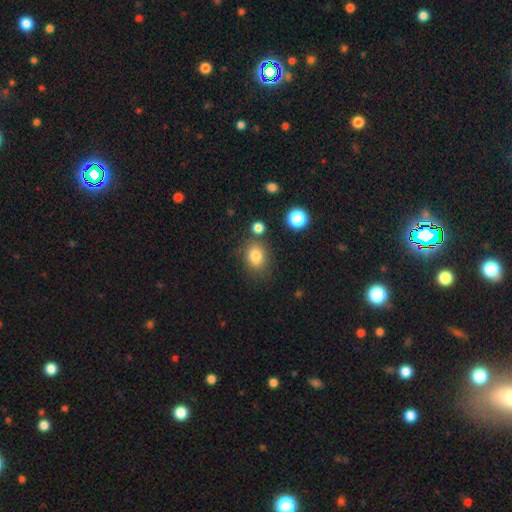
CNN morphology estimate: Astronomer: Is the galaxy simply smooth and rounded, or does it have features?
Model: smooth — 81%.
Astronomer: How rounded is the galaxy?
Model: round — 52% (runner-up: in between, 47%).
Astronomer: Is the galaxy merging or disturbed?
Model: none — 74%.